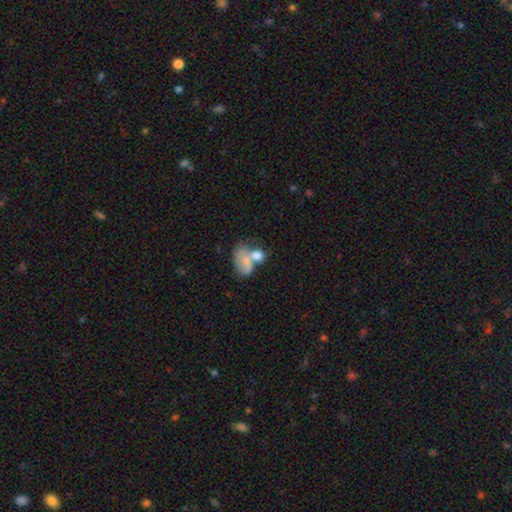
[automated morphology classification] type=smooth (70%); roundness=in between (72%); merging=merger (56%).